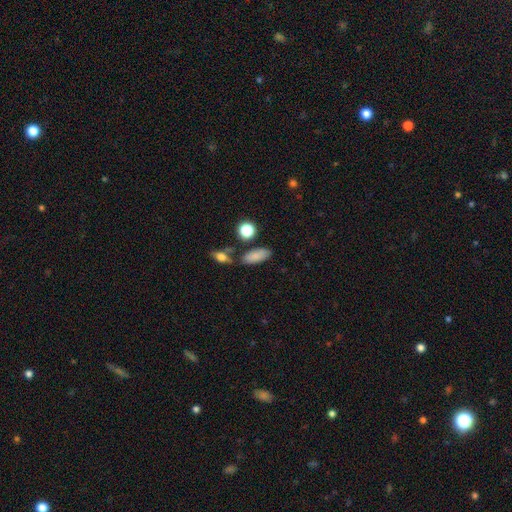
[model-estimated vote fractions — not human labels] The model was most divided on "how rounded": in between: 76%, cigar-shaped: 18%, round: 6%. More confident: smooth or featured — smooth (82%); merging — none (74%).